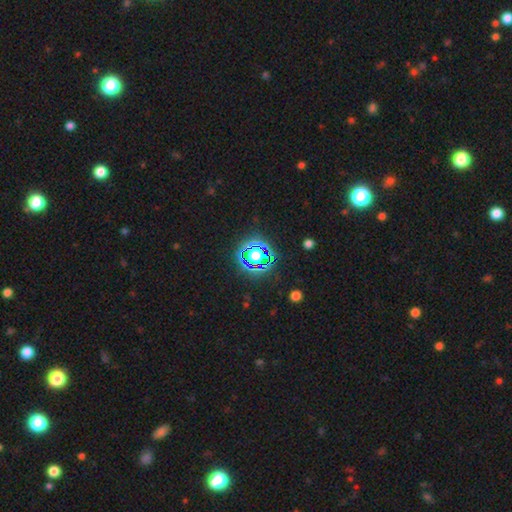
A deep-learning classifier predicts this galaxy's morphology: star or artifact 65%, smooth 23%, featured or disk 12%.